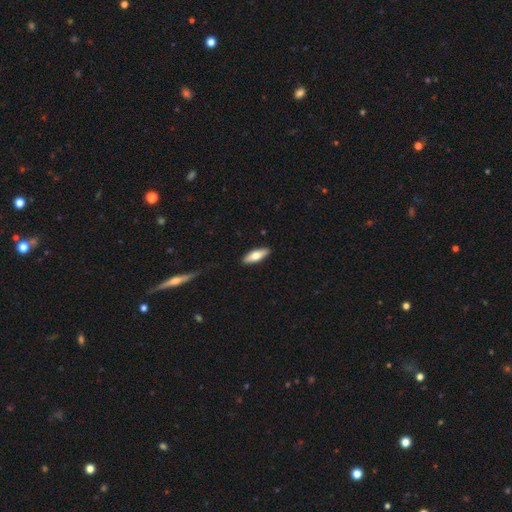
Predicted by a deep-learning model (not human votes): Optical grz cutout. It shows a smooth galaxy with no disk features (66%) that is in between round and cigar-shaped (56%). Merging: none (90%).